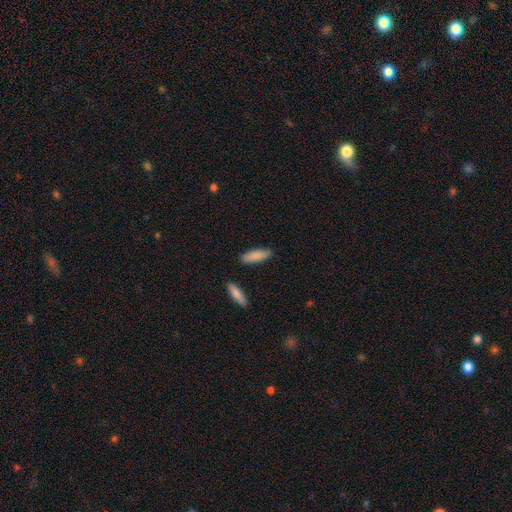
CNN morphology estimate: smooth_or_featured: smooth (p=0.86) [alt: featured or disk p=0.09]
how_rounded: in between (p=0.58) [alt: cigar-shaped p=0.41]
merging: none (p=0.82) [alt: minor disturbance p=0.12]